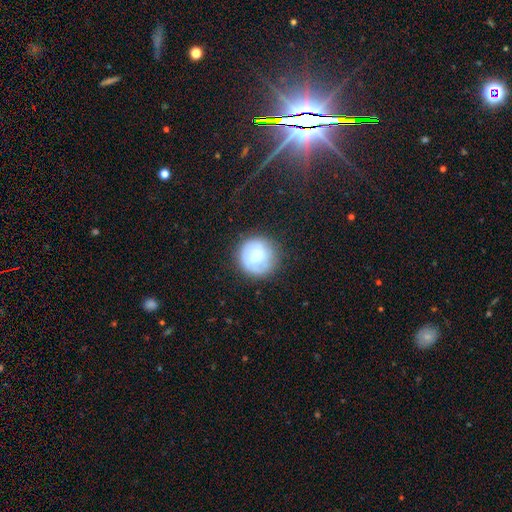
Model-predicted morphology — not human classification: type=smooth (65%); roundness=round (93%); merging=none (74%).